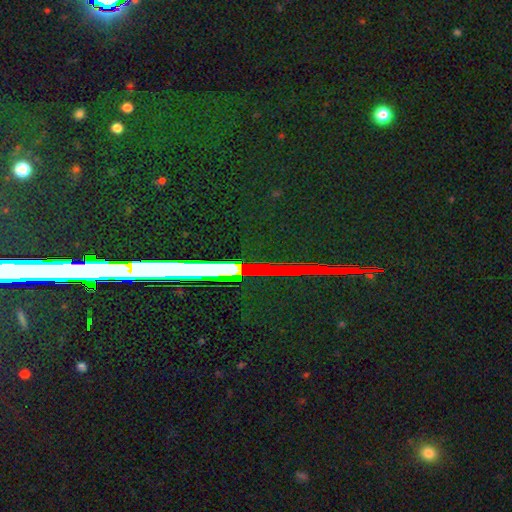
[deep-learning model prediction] A star or artifact, not a galaxy (80%).